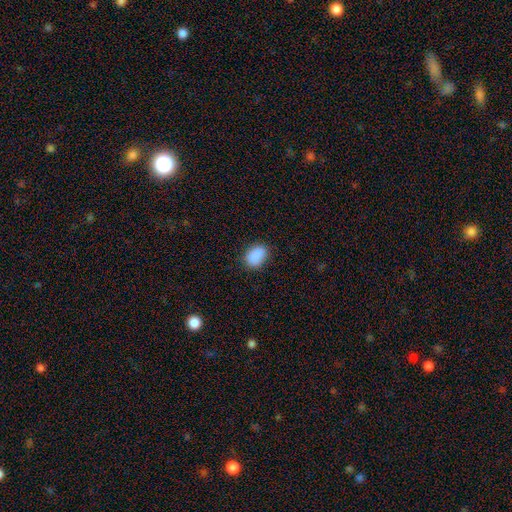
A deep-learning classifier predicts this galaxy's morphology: A smooth galaxy with no disk features (89%) that is in between round and cigar-shaped (82%). Merging: none (83%).